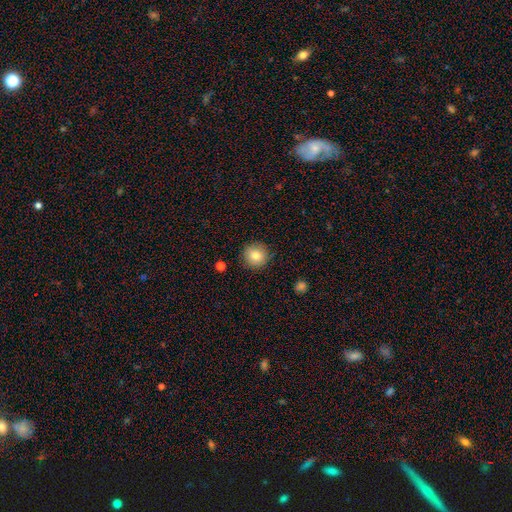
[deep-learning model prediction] The model was most divided on "smooth or featured": smooth: 81%, star or artifact: 10%, featured or disk: 9%. More confident: how rounded — round (94%); merging — none (90%).